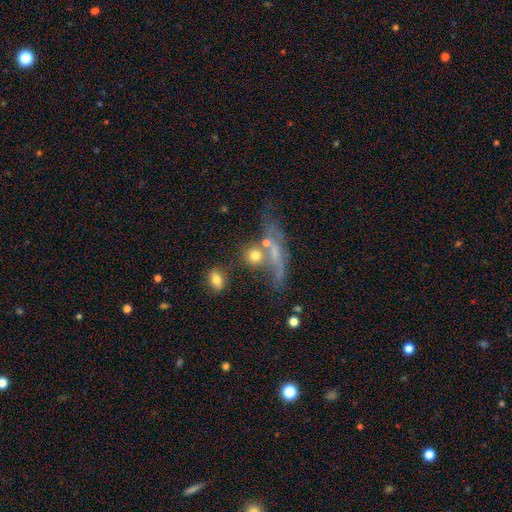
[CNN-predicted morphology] Smooth or featured? smooth (52%)
How rounded? round (48%)
Merging? none (37%)